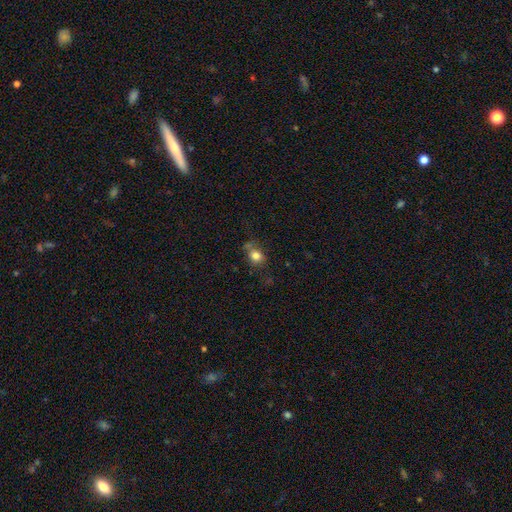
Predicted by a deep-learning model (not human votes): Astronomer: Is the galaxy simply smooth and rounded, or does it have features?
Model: smooth — 81%.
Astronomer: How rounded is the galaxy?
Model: round — 59% (runner-up: in between, 39%).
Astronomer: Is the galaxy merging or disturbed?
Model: none — 61%.